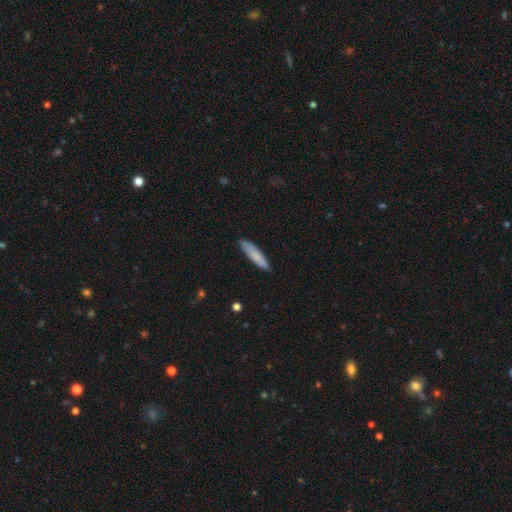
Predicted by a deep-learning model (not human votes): smooth 81%, featured or disk 13%, star or artifact 6%. Down the decision tree: how rounded — cigar-shaped (83%); merging — none (86%).